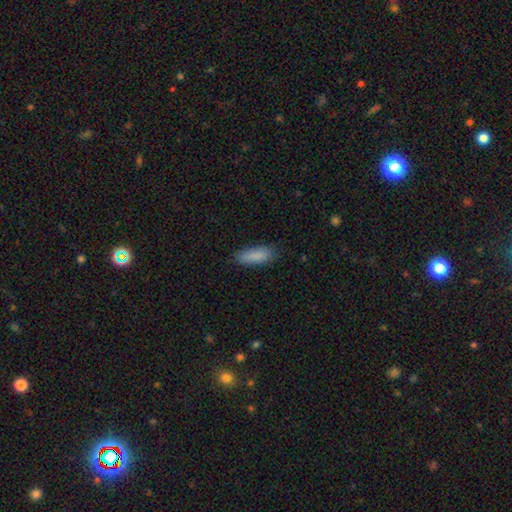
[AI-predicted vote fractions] A smooth galaxy with no disk features (88%) that is in between round and cigar-shaped (60%).

Vote fractions:
- Smooth or featured? smooth: 88% / star or artifact: 7% / featured or disk: 5%
- How rounded? in between: 60% / cigar-shaped: 38% / round: 2%
- Merging? none: 83% / minor disturbance: 13% / major disturbance: 3% / merger: 1%